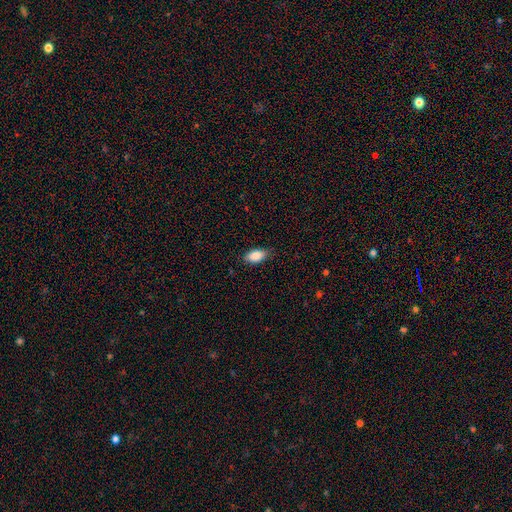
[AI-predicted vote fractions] smooth-or-featured: smooth: 88% | star or artifact: 7% | featured or disk: 5%
  how-rounded: in between: 93% | round: 4% | cigar-shaped: 4%
  merging: none: 80% | minor disturbance: 16% | major disturbance: 3% | merger: 1%